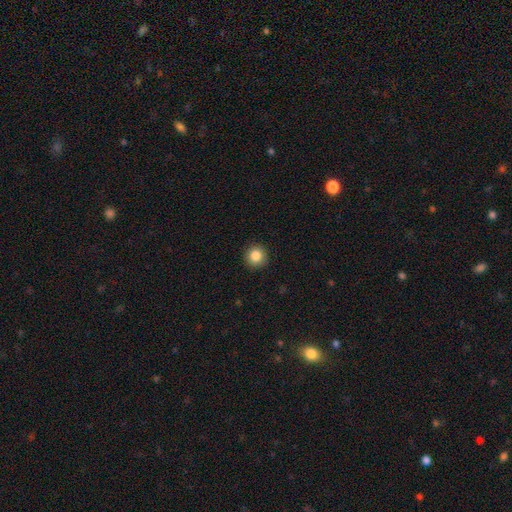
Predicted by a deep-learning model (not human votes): This is clearly a smooth galaxy (85%). How rounded: clearly round (94%). Merging: clearly none (92%).